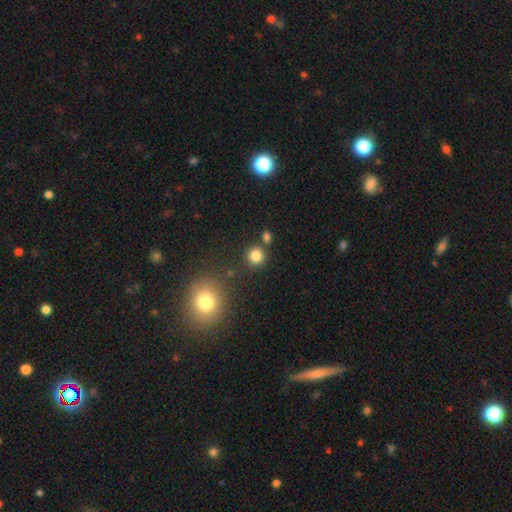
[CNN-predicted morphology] type=smooth (82%); roundness=round (91%); merging=none (81%).